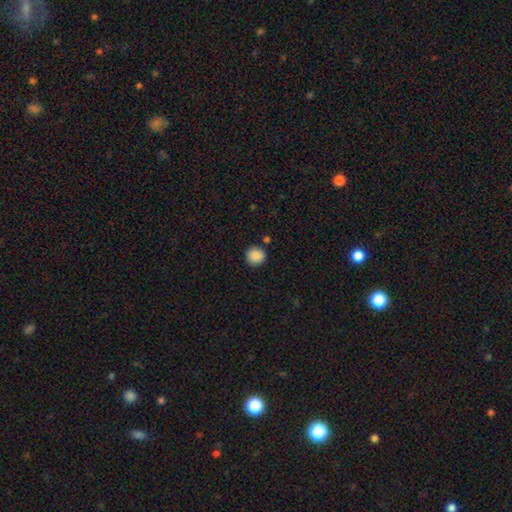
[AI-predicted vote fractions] A smooth galaxy with no disk features (88%) that is round (92%).

Vote fractions:
- Smooth or featured? smooth: 88% / star or artifact: 9% / featured or disk: 3%
- How rounded? round: 92% / in between: 7% / cigar-shaped: 1%
- Merging? none: 87% / minor disturbance: 8% / merger: 3% / major disturbance: 2%